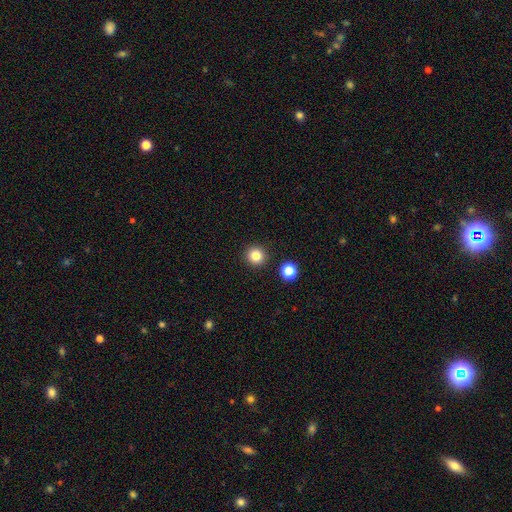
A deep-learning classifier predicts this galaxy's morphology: This is clearly a smooth galaxy (82%). How rounded: clearly round (95%). Merging: clearly none (91%).